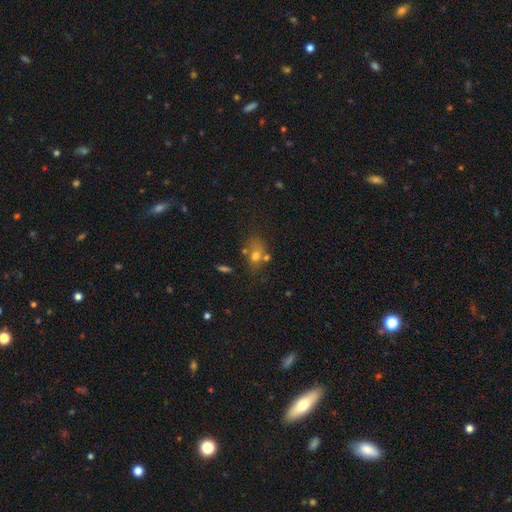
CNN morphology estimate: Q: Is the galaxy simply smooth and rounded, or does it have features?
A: smooth — 66%.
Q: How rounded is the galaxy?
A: in between — 64%.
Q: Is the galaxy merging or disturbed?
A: none — 48%.